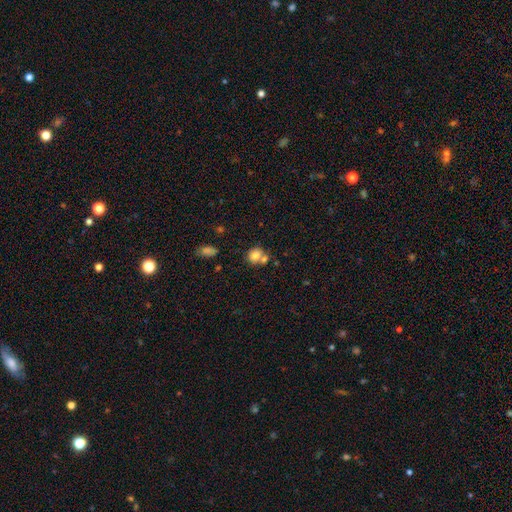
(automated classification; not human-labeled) Morphology: type=smooth (79%); roundness=round (67%); merging=none (46%).